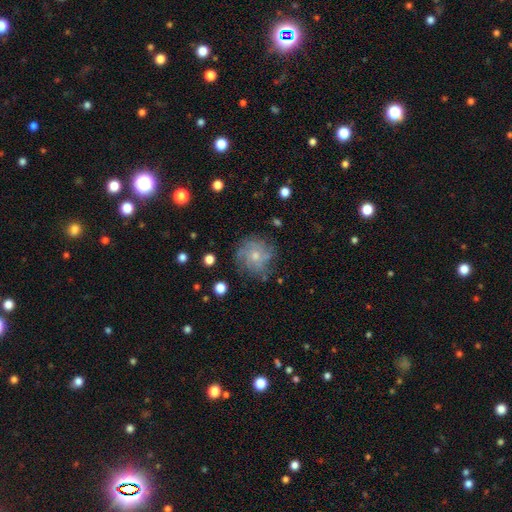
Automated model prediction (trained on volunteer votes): Smooth or featured? featured or disk (56%)
Edge-on disk? no (98%)
Bar? no (84%)
Spiral arms? yes (75%)
Bulge size? moderate (48%)
Merging? none (71%)